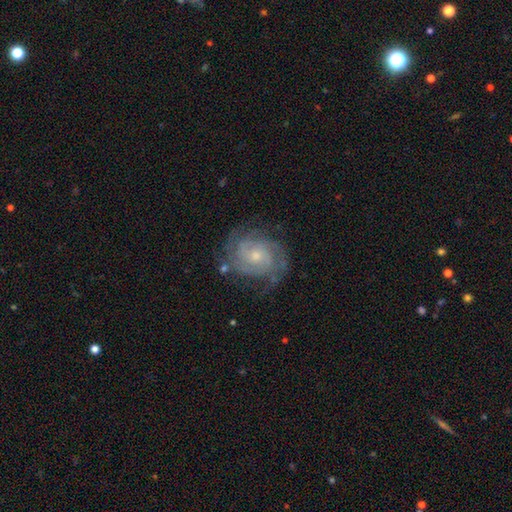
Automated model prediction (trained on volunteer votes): This is clearly a featured or disk galaxy (86%). It is clearly not viewed edge-on (98%). Bar: likely no (69%). Spiral arm pattern: clearly yes (96%). Spiral arm count: marginally 2 (40%). Spiral winding: likely tight (67%). Central bulge: possibly small (59%). Merging: likely none (74%).